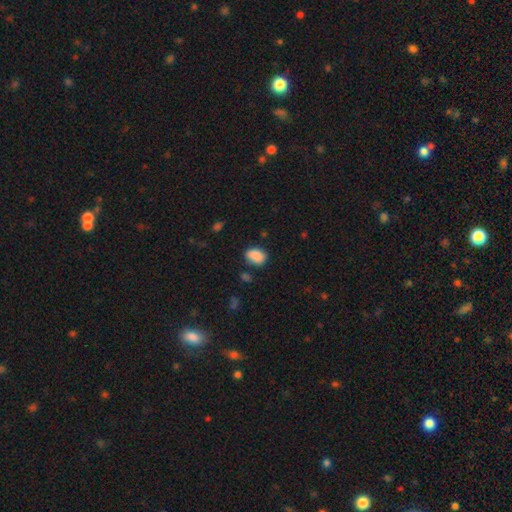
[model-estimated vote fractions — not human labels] A smooth galaxy with no disk features (88%) that is in between round and cigar-shaped (79%). Merging: none (74%).